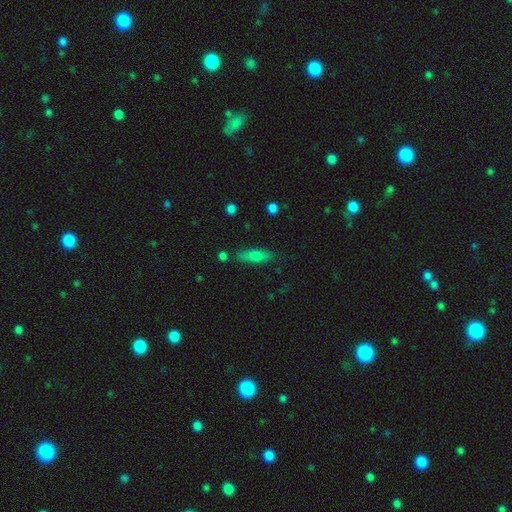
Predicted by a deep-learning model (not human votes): Smooth or featured: smooth — 61% (featured or disk — 30%)
How rounded: cigar-shaped — 63% (in between — 34%)
Merging: none — 80% (minor disturbance — 13%)